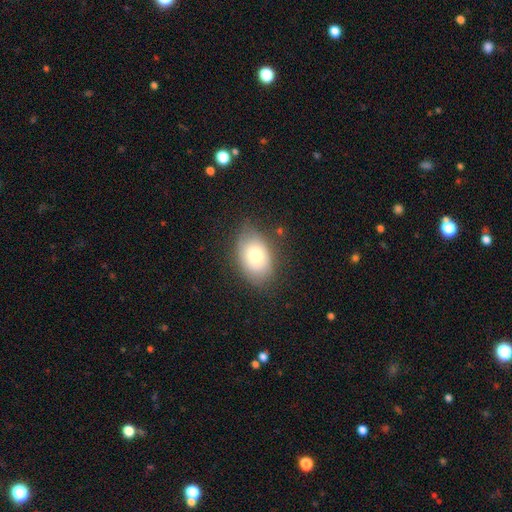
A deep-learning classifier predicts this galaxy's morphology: smooth 69%, featured or disk 22%, star or artifact 9%. Down the decision tree: how rounded — in between (81%); merging — none (75%).